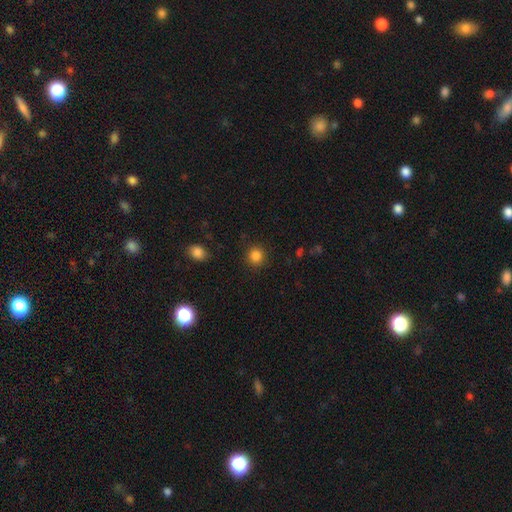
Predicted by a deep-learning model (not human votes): smooth 85%, star or artifact 12%, featured or disk 3%. Down the decision tree: how rounded — round (90%); merging — none (90%).